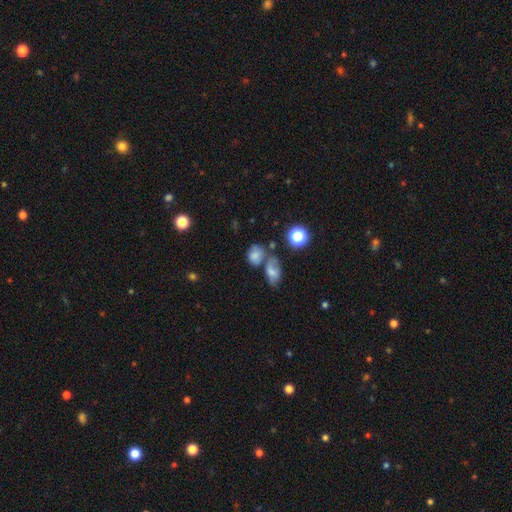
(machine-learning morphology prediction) smooth_or_featured: smooth (p=0.72) [alt: star or artifact p=0.15]
how_rounded: in between (p=0.52) [alt: round p=0.46]
merging: none (p=0.39) [alt: merger p=0.37]